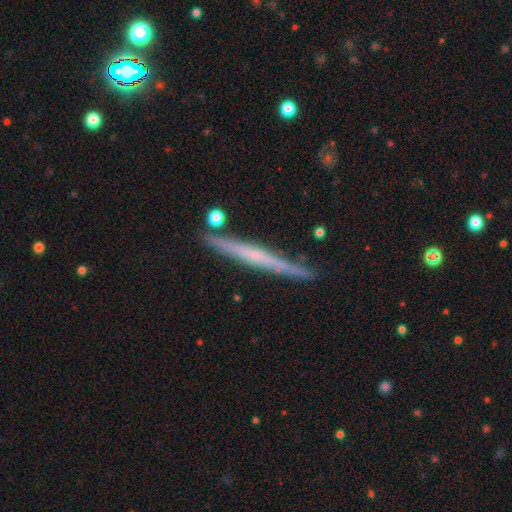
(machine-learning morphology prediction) Smooth or featured?
  - featured or disk: 62% *
  - smooth: 32%
  - star or artifact: 6%
Edge-on disk?
  - yes: 96% *
  - no: 4%
Edge-on bulge?
  - none: 71% *
  - rounded: 21%
  - boxy: 8%
Merging?
  - none: 84% *
  - minor disturbance: 12%
  - merger: 3%
  - major disturbance: 2%